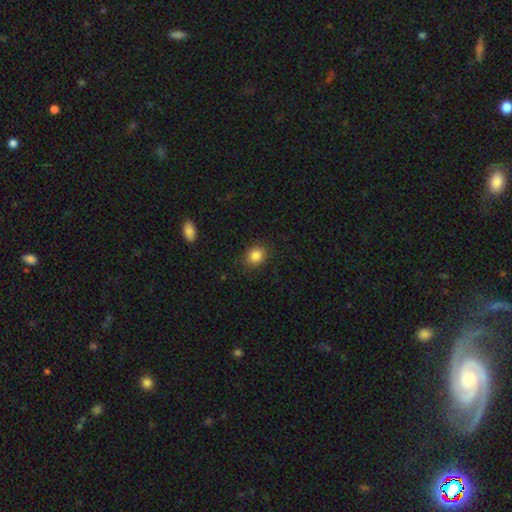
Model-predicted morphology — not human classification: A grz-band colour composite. It shows a smooth galaxy with no disk features (86%) that is round (65%). Merging: none (85%).